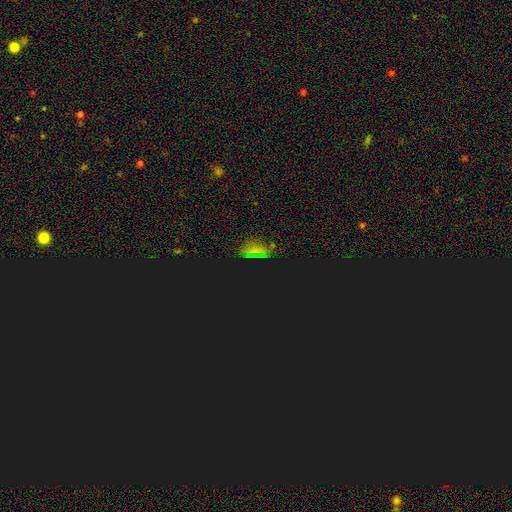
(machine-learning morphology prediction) Overall: star or artifact (63%; smooth 28%).